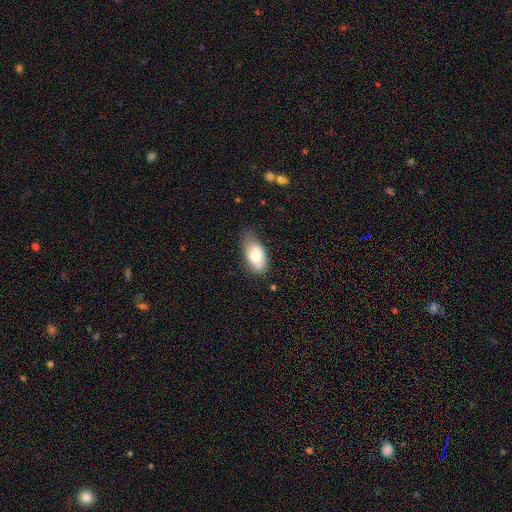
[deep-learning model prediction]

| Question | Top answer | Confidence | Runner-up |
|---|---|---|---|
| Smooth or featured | smooth | 74% | featured or disk (19%) |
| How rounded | in between | 92% | cigar-shaped (4%) |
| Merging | none | 57% | minor disturbance (33%) |